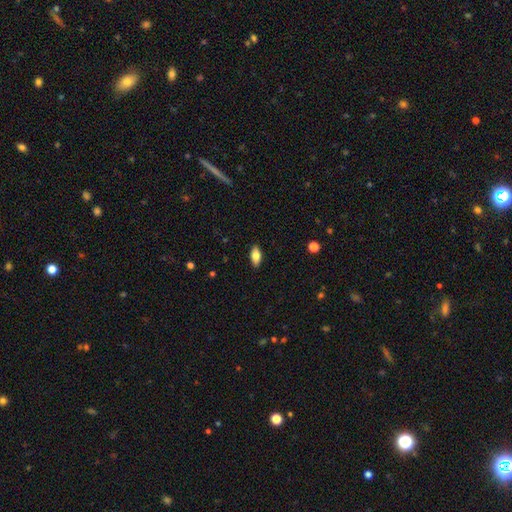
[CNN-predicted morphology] Smooth or featured?
  - smooth: 79% *
  - featured or disk: 14%
  - star or artifact: 7%
How rounded?
  - in between: 88% *
  - cigar-shaped: 9%
  - round: 3%
Merging?
  - none: 89% *
  - minor disturbance: 8%
  - major disturbance: 2%
  - merger: 1%